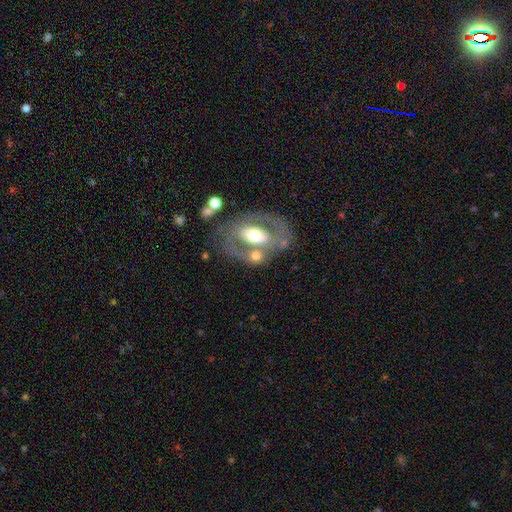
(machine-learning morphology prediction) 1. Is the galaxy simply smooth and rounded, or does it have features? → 65% featured or disk, 28% smooth, 7% star or artifact.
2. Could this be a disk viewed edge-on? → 92% no, 8% yes.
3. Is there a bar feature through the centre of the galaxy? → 52% no, 26% weak, 22% strong.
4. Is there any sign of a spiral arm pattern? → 64% no, 36% yes.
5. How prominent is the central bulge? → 64% moderate, 22% large, 10% small, 2% dominant, 1% none.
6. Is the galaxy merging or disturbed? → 59% none, 16% minor disturbance, 14% merger, 11% major disturbance.